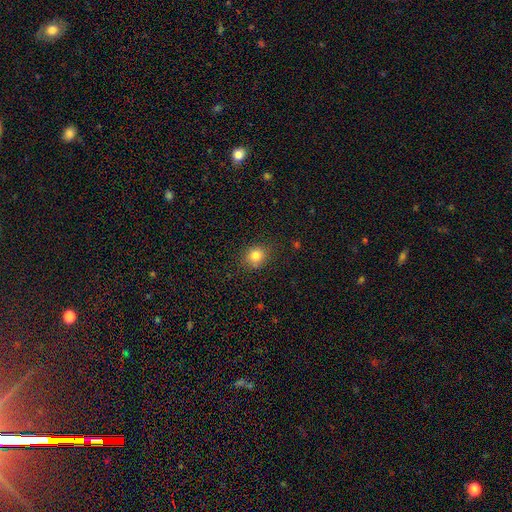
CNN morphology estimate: Smooth or featured?
  - smooth: 81% *
  - star or artifact: 12%
  - featured or disk: 7%
How rounded?
  - round: 70% *
  - in between: 29%
  - cigar-shaped: 1%
Merging?
  - none: 81% *
  - minor disturbance: 14%
  - major disturbance: 4%
  - merger: 2%